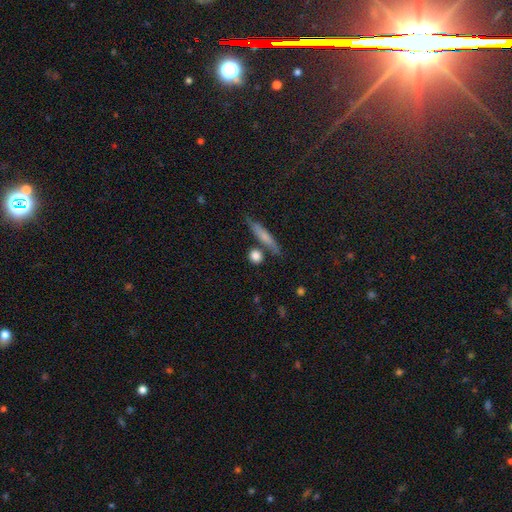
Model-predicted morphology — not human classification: The model was most divided on "how rounded": round: 66%, cigar-shaped: 18%, in between: 17%. More confident: smooth or featured — smooth (81%); merging — none (74%).